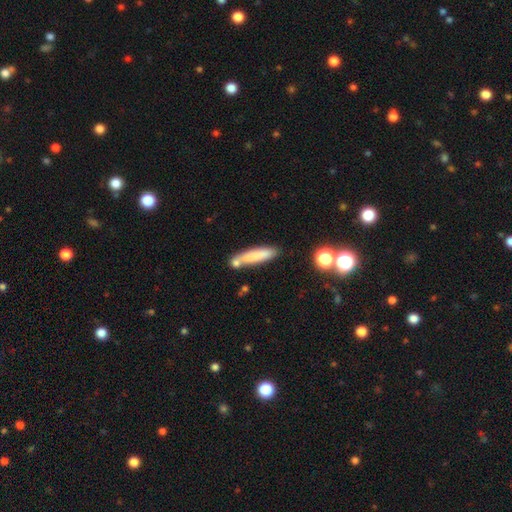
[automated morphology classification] smooth 76%, featured or disk 16%, star or artifact 8%. Down the decision tree: how rounded — cigar-shaped (83%); merging — none (62%).